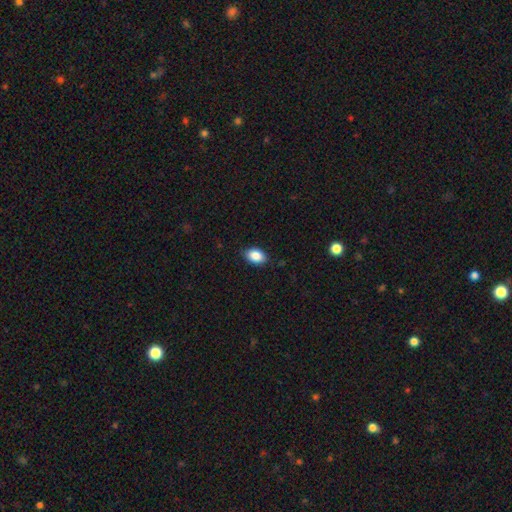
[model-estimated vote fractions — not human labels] This appears to be a smooth galaxy with no disk features (87%) that is in between round and cigar-shaped (85%). Merging: none (86%).